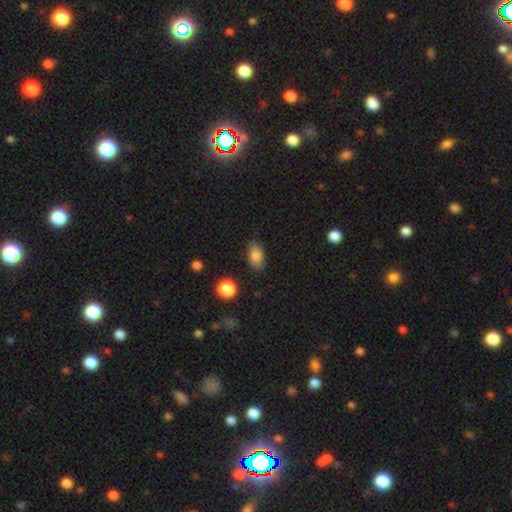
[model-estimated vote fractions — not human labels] This appears to be a smooth galaxy with no disk features (82%) that is in between round and cigar-shaped (89%). Merging: none (83%).